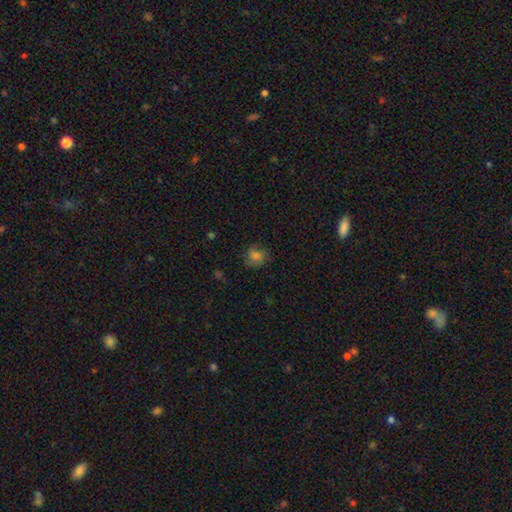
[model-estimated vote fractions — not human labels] Q: Smooth or featured?
A: smooth (66%); runner-up: featured or disk (20%)
Q: How rounded?
A: round (72%); runner-up: in between (27%)
Q: Merging?
A: none (70%); runner-up: minor disturbance (20%)